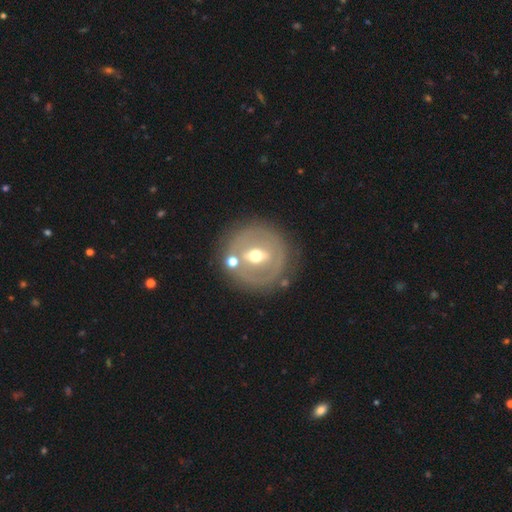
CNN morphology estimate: This appears to be a featured or disk galaxy (63%) with a weak bar (42%), no spiral arms (73%) and a moderate central bulge (69%). Merging: none (79%).